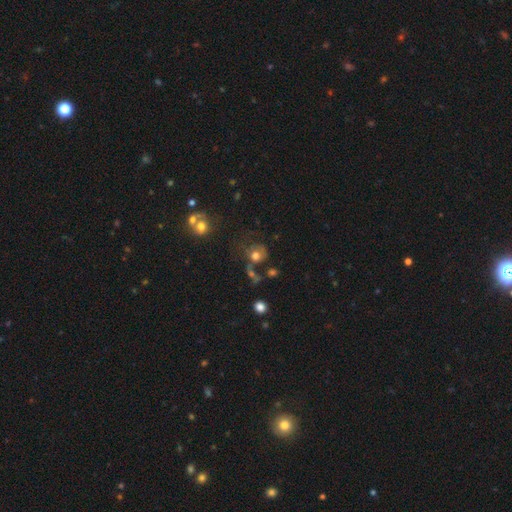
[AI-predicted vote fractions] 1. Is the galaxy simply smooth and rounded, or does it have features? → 64% smooth, 23% featured or disk, 13% star or artifact.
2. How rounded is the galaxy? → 75% round, 24% in between, 1% cigar-shaped.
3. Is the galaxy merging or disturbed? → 41% none, 22% major disturbance, 19% minor disturbance, 17% merger.